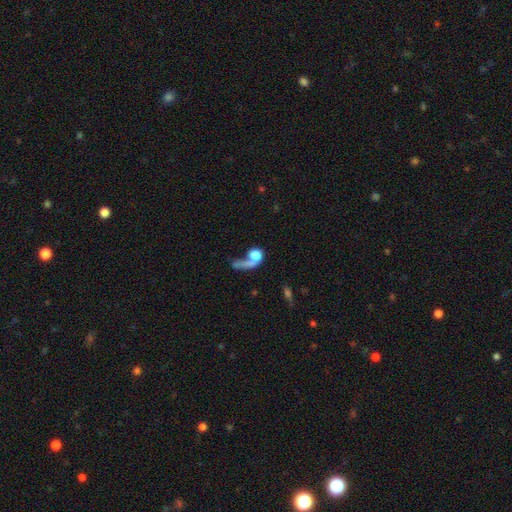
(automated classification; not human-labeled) Q: Smooth or featured?
A: smooth (62%); runner-up: featured or disk (29%)
Q: How rounded?
A: round (58%); runner-up: in between (35%)
Q: Merging?
A: major disturbance (36%); runner-up: none (26%)